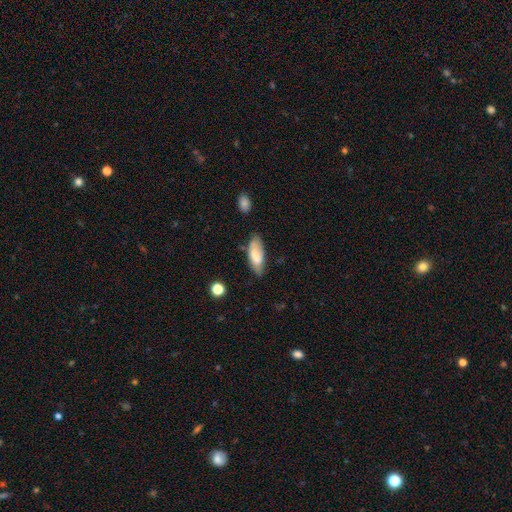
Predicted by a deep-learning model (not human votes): Smooth or featured? Predicted: smooth (p=0.74). How rounded? Predicted: in between (p=0.74). Merging? Predicted: none (p=0.61).